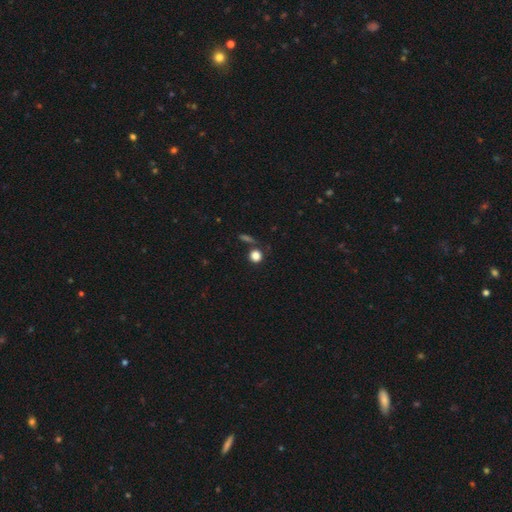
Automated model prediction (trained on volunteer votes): This is clearly a smooth galaxy (83%). How rounded: clearly round (88%). Merging: likely none (75%).